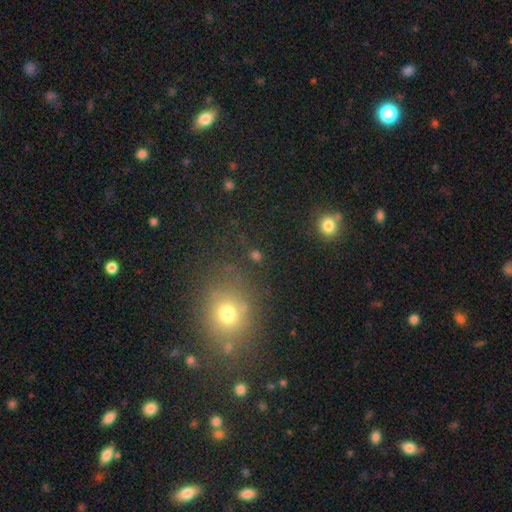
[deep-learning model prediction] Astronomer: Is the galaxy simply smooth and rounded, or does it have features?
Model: smooth — 61%.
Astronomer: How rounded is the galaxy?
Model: round — 69%.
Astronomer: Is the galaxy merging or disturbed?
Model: none — 76%.